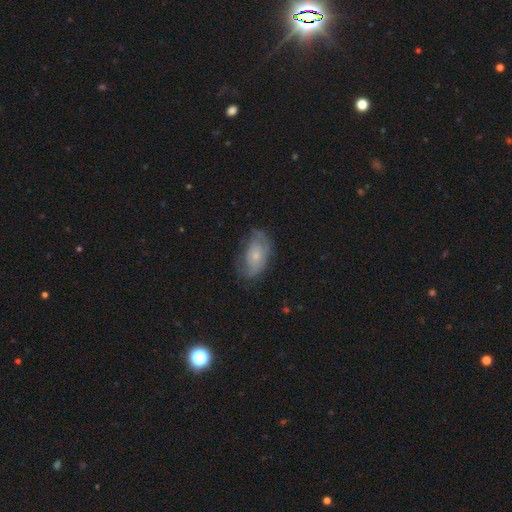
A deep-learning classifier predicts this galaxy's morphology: A featured or disk galaxy (50%). Merging: none (57%).